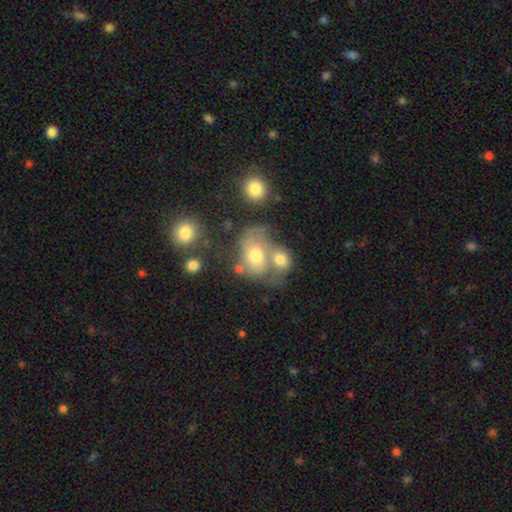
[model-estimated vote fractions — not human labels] A smooth galaxy with no disk features (57%) that is in between round and cigar-shaped (60%).

Vote fractions:
- Smooth or featured? smooth: 57% / featured or disk: 31% / star or artifact: 12%
- How rounded? in between: 60% / round: 39% / cigar-shaped: 1%
- Merging? merger: 52% / none: 22% / major disturbance: 13% / minor disturbance: 13%